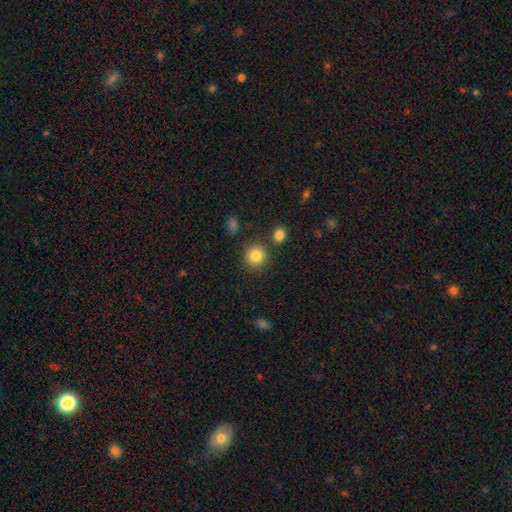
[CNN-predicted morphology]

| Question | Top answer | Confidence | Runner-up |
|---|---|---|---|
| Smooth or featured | smooth | 85% | star or artifact (10%) |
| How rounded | round | 91% | in between (9%) |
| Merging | none | 83% | minor disturbance (7%) |